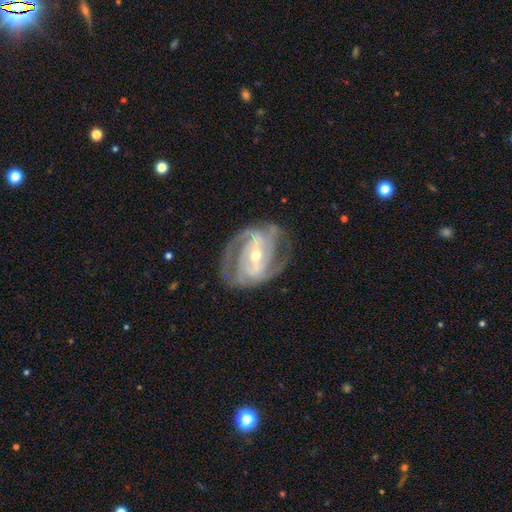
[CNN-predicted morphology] Smooth or featured? Predicted: featured or disk (p=0.91). Edge-on disk? Predicted: no (p=0.97). Bar? Predicted: strong (p=0.52). Spiral arms? Predicted: yes (p=0.97). Spiral winding? Predicted: medium (p=0.45, tied with tight). Spiral arm count? Predicted: 2 (p=0.39). Bulge size? Predicted: small (p=0.53). Merging? Predicted: none (p=0.71).